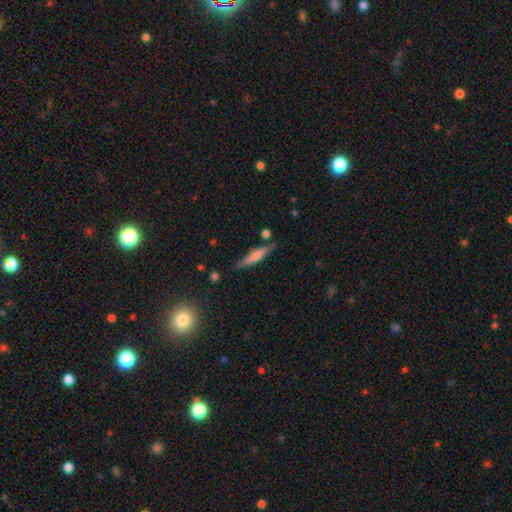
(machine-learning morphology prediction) Smooth or featured? Predicted: smooth (p=0.52). How rounded? Predicted: cigar-shaped (p=0.87). Merging? Predicted: none (p=0.79).